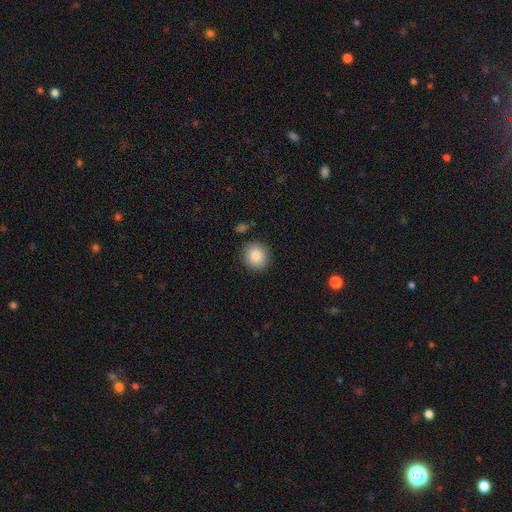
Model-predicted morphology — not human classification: This appears to be a smooth galaxy with no disk features (85%) that is round (87%). Merging: none (87%).